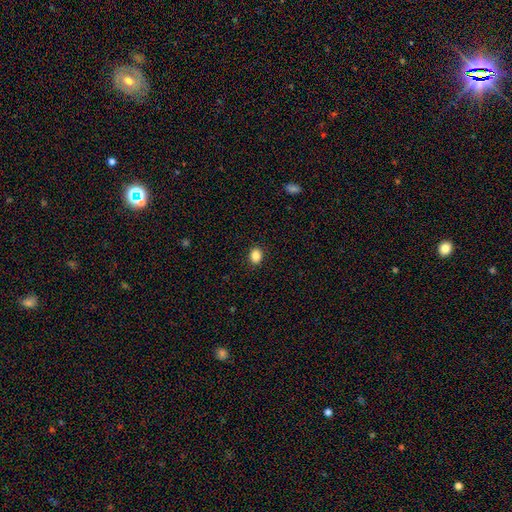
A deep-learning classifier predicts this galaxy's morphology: type=smooth (86%); roundness=round (53%); merging=none (91%).